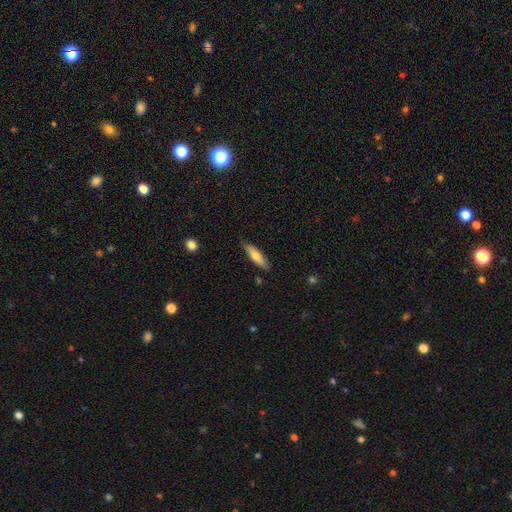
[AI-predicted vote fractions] A smooth galaxy with no disk features (67%) that is cigar-shaped (66%).

Vote fractions:
- Smooth or featured? smooth: 67% / featured or disk: 27% / star or artifact: 6%
- How rounded? cigar-shaped: 66% / in between: 33% / round: 2%
- Merging? none: 81% / minor disturbance: 15% / major disturbance: 2% / merger: 2%